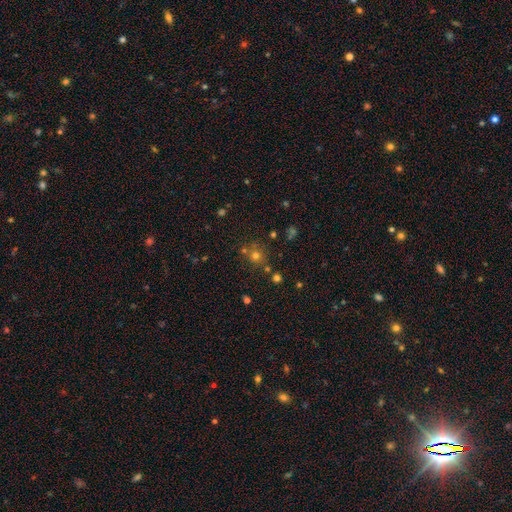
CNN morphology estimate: Overall: smooth (65%; star or artifact 26%). How rounded: round (89%). Merging: none (73%).